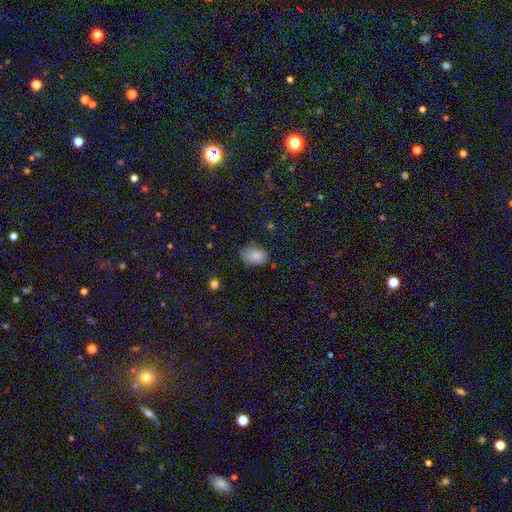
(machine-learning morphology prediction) Smooth or featured? smooth (85%)
How rounded? in between (85%)
Merging? none (68%)